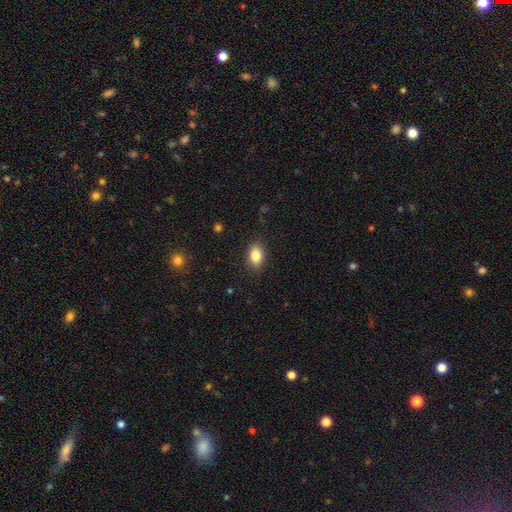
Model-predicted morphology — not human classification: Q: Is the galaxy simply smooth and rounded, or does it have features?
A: smooth — 85%.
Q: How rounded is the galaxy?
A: in between — 87%.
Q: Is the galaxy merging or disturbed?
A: none — 87%.